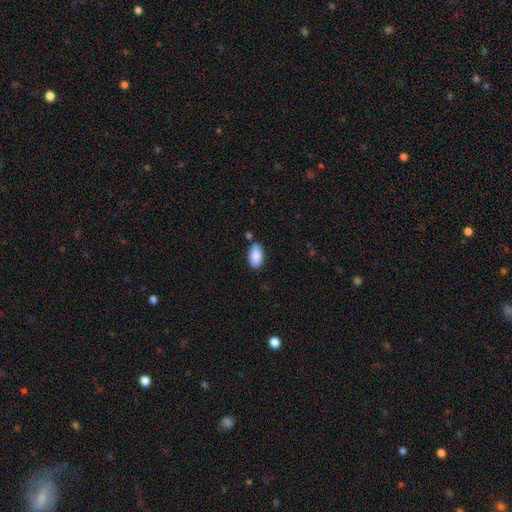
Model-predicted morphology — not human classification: Smooth or featured? smooth (89%)
How rounded? in between (95%)
Merging? none (78%)